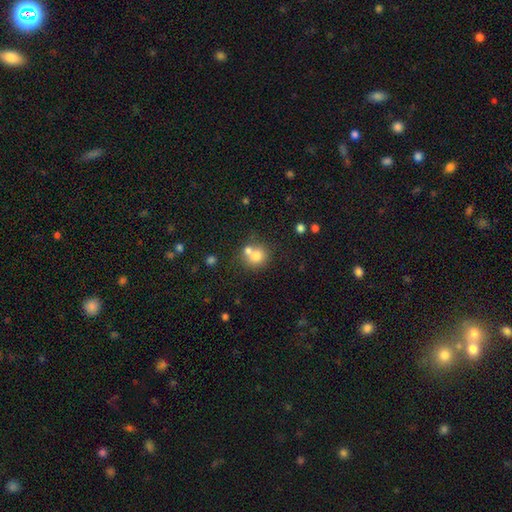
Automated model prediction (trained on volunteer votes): Smooth or featured? Predicted: smooth (p=0.75). How rounded? Predicted: round (p=0.86). Merging? Predicted: none (p=0.51).